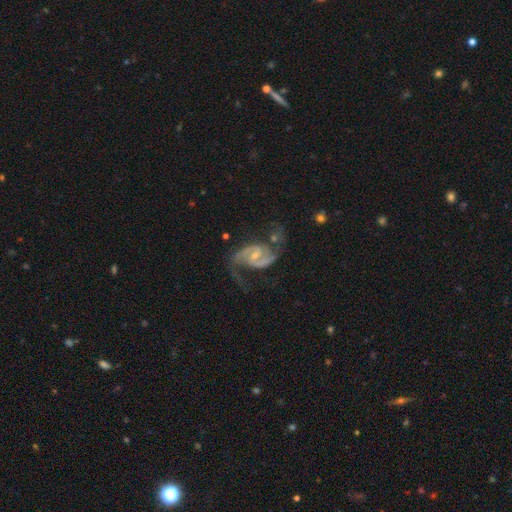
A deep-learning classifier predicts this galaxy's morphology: Q: Smooth or featured?
A: featured or disk (91%); runner-up: star or artifact (5%)
Q: Edge-on disk?
A: no (98%); runner-up: yes (2%)
Q: Bar?
A: weak (50%); runner-up: no (34%)
Q: Spiral arms?
A: yes (98%); runner-up: no (2%)
Q: Spiral winding?
A: medium (55%); runner-up: loose (28%)
Q: Spiral arm count?
A: 2 (91%); runner-up: can't tell (3%)
Q: Bulge size?
A: small (62%); runner-up: moderate (31%)
Q: Merging?
A: none (55%); runner-up: minor disturbance (20%)